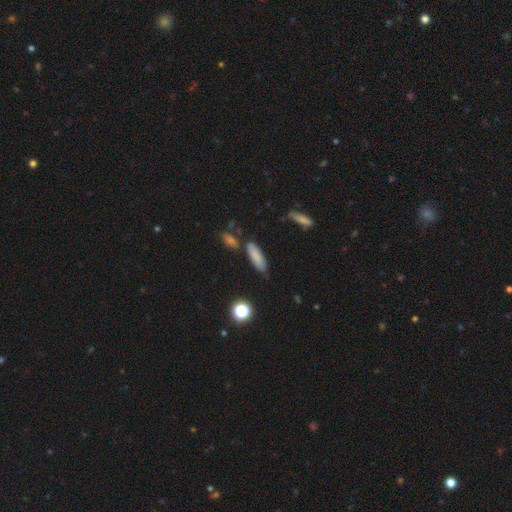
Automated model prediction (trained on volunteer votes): Q: Smooth or featured?
A: smooth (81%); runner-up: star or artifact (9%)
Q: How rounded?
A: in between (50%); runner-up: cigar-shaped (47%)
Q: Merging?
A: none (76%); runner-up: minor disturbance (13%)